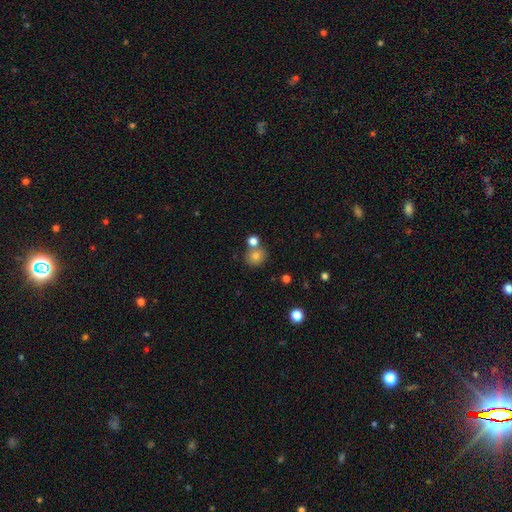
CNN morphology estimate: type=smooth (78%); roundness=round (83%); merging=none (61%).